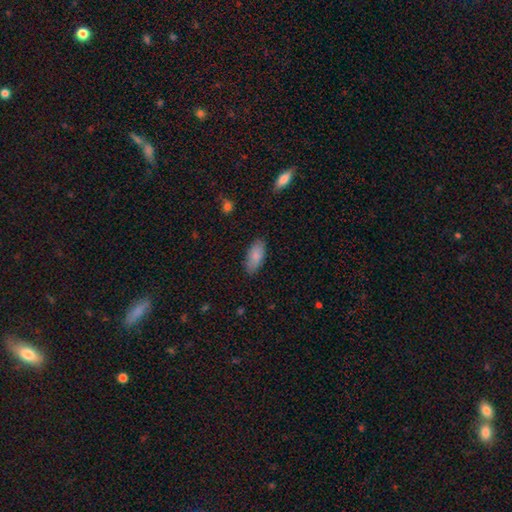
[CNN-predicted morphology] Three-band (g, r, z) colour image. It shows a smooth galaxy with no disk features (85%) that is in between round and cigar-shaped (89%). Merging: none (84%).